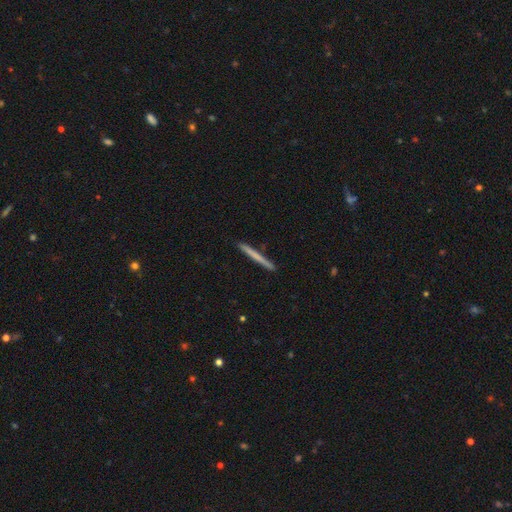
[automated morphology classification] Smooth or featured? smooth (59%)
How rounded? cigar-shaped (97%)
Merging? none (92%)